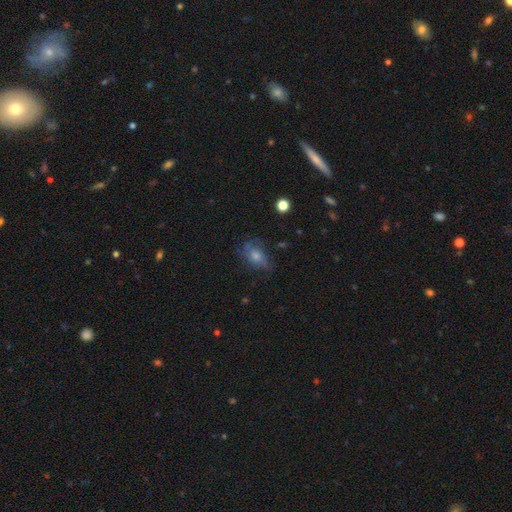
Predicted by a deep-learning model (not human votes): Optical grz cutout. It shows a smooth galaxy with no disk features (46%). Merging: none (57%).